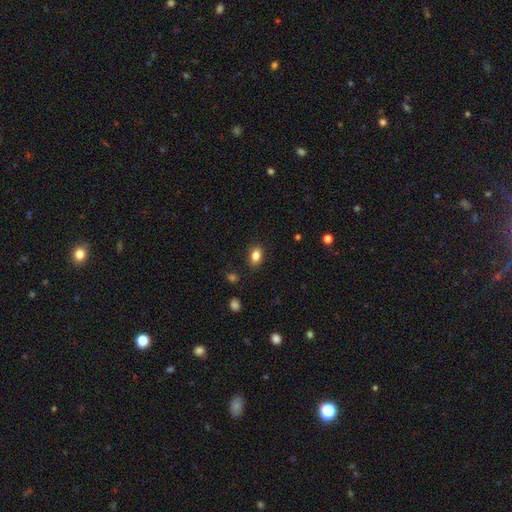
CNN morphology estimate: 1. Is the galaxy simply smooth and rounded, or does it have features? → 84% smooth, 9% star or artifact, 7% featured or disk.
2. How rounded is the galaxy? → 84% in between, 14% round, 2% cigar-shaped.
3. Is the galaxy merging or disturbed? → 86% none, 10% minor disturbance, 2% major disturbance, 2% merger.